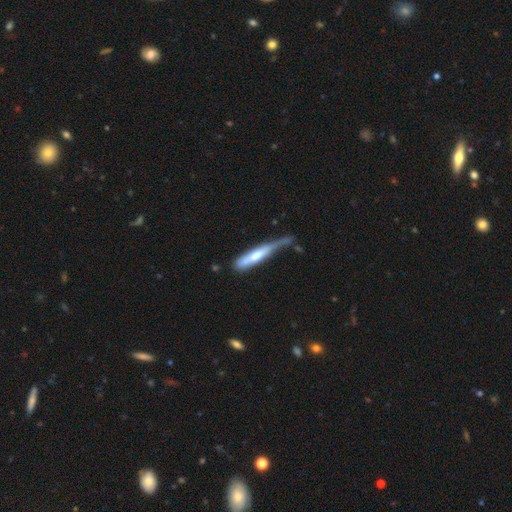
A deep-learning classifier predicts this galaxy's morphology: A smooth galaxy with no disk features (55%) that is cigar-shaped (85%). Merging: minor disturbance (34%).